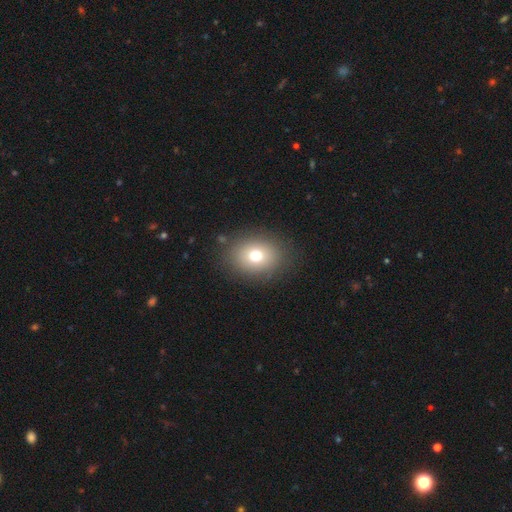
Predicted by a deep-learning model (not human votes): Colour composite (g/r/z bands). It shows a smooth galaxy with no disk features (74%) that is round (52%). Merging: none (86%).